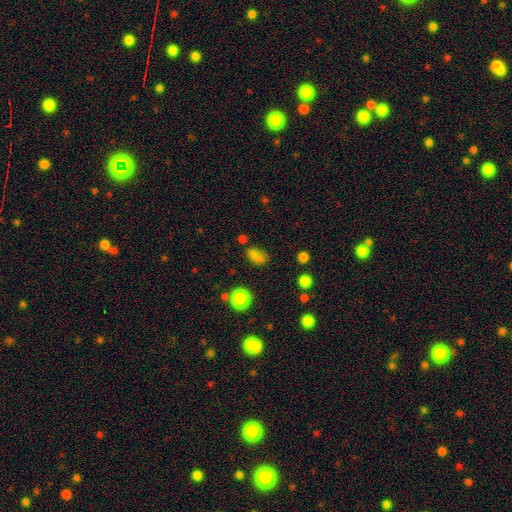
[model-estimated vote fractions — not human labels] A smooth galaxy with no disk features (76%) that is in between round and cigar-shaped (77%). Merging: none (61%).